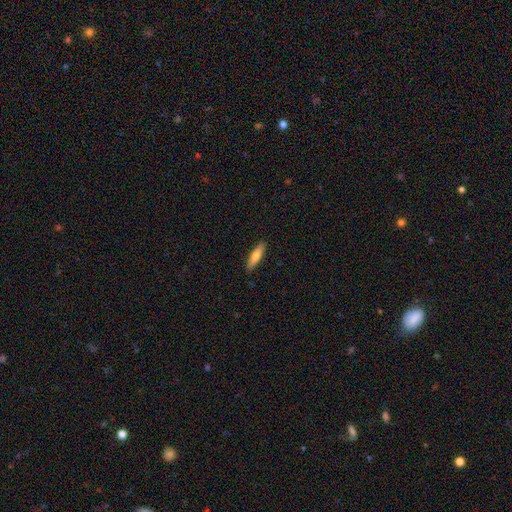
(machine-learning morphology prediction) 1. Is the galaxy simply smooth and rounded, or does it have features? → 68% smooth, 26% featured or disk, 6% star or artifact.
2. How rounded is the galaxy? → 78% cigar-shaped, 21% in between, 2% round.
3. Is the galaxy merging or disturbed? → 90% none, 8% minor disturbance, 2% major disturbance, 1% merger.